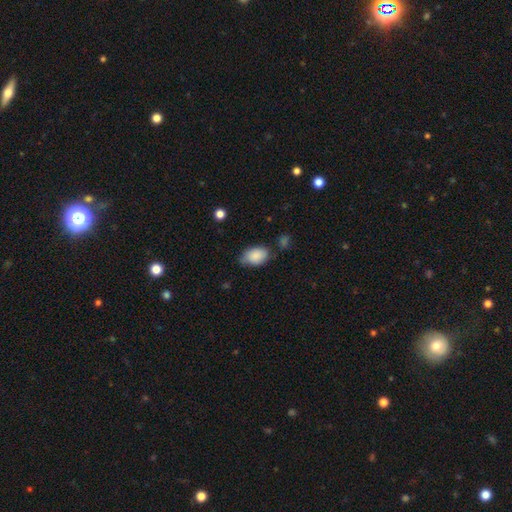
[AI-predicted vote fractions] Smooth or featured: smooth — 84% (featured or disk — 9%)
How rounded: in between — 87% (round — 11%)
Merging: none — 61% (minor disturbance — 29%)